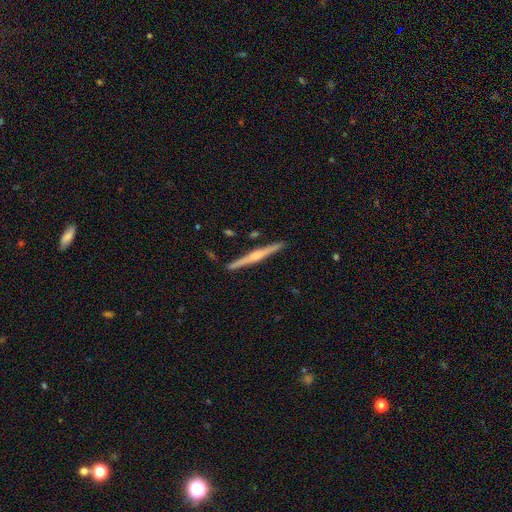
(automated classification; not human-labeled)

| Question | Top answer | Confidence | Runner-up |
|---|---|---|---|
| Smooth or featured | featured or disk | 75% | smooth (20%) |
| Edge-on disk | yes | 98% | no (2%) |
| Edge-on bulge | rounded | 70% | boxy (17%) |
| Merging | none | 91% | minor disturbance (6%) |